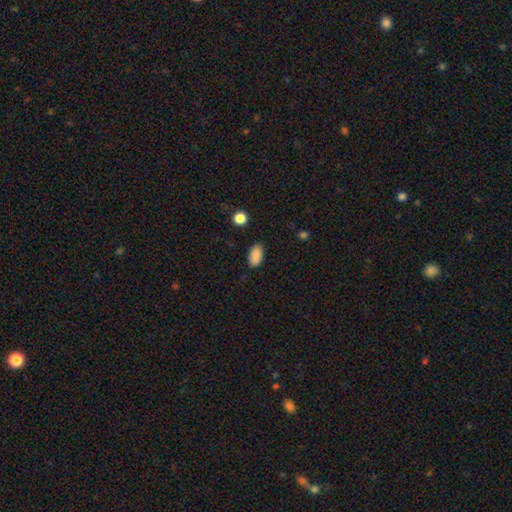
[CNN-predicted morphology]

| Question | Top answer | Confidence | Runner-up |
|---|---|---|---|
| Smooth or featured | smooth | 88% | star or artifact (8%) |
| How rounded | in between | 93% | round (4%) |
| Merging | none | 84% | minor disturbance (12%) |